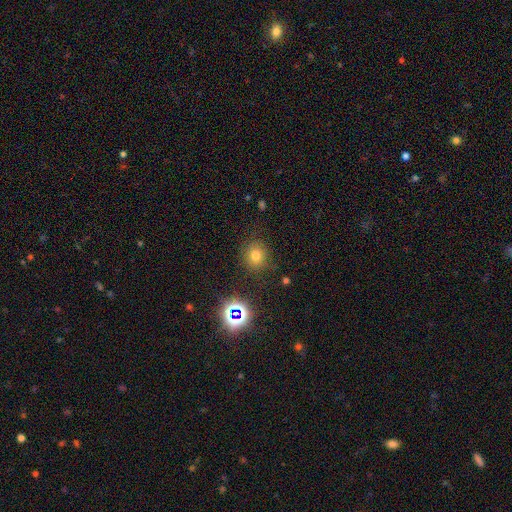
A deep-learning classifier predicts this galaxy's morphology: This is likely a smooth galaxy (70%). How rounded: clearly round (82%). Merging: clearly none (84%).